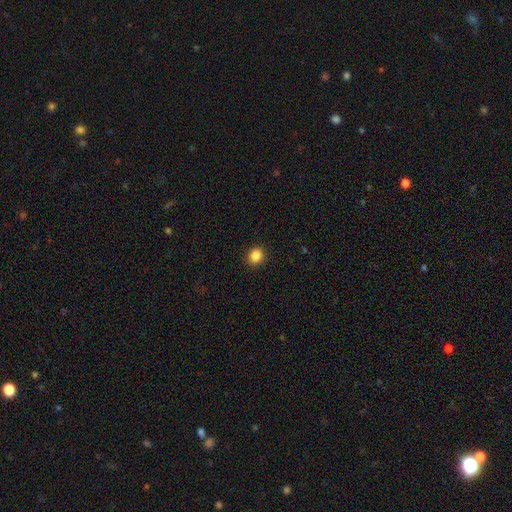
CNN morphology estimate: Q: Smooth or featured?
A: smooth (86%); runner-up: star or artifact (11%)
Q: How rounded?
A: round (73%); runner-up: in between (26%)
Q: Merging?
A: none (91%); runner-up: minor disturbance (6%)